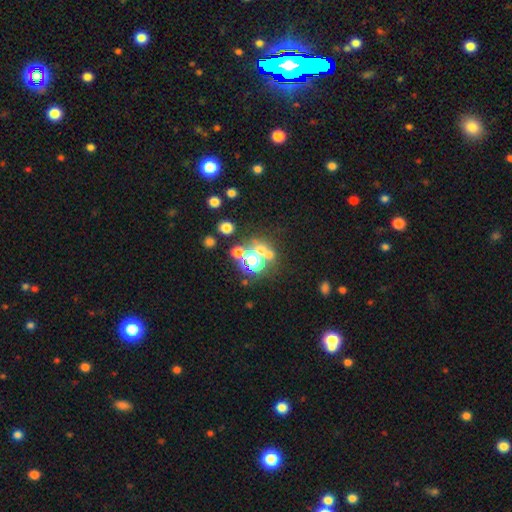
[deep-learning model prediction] Smooth or featured? smooth (45%)
Merging? none (48%)